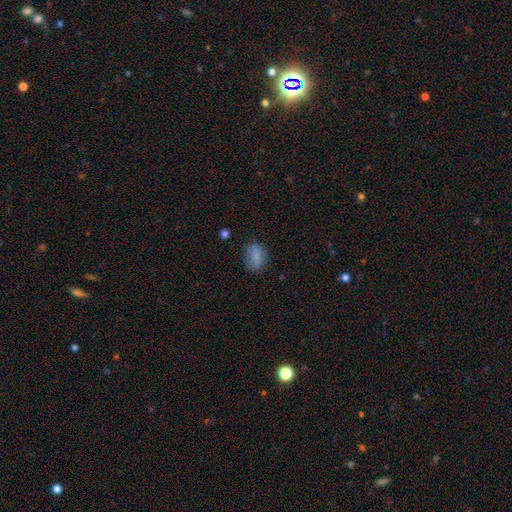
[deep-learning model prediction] smooth 79%, star or artifact 11%, featured or disk 10%. Down the decision tree: how rounded — in between (79%); merging — none (71%).